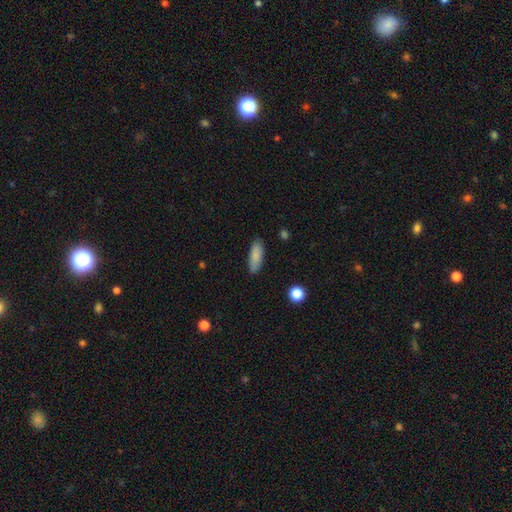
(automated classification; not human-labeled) A smooth galaxy with no disk features (87%) that is in between round and cigar-shaped (66%). Merging: none (86%).